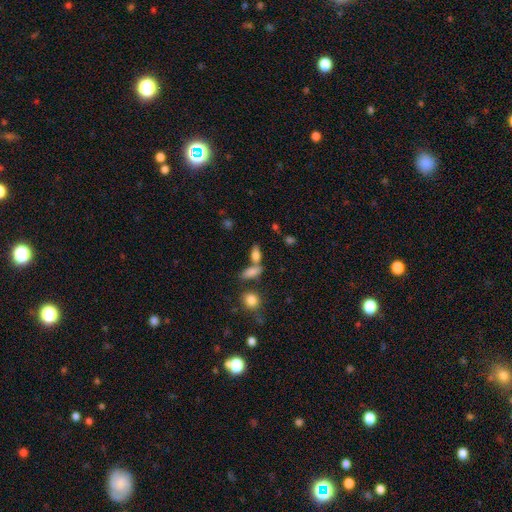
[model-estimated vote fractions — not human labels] Overall: smooth (77%). How rounded: in between (74%). Merging: none (48%; merger 36%).